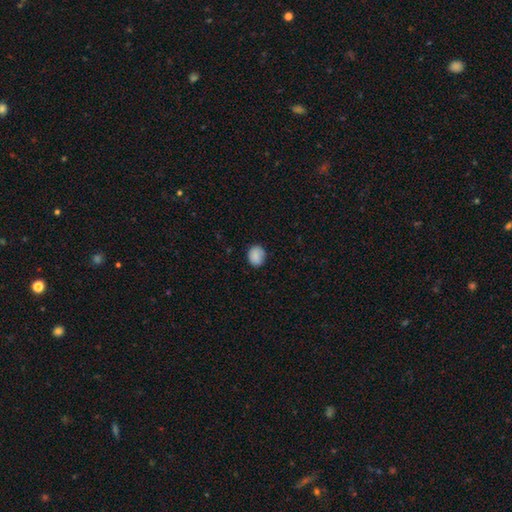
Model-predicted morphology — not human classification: This is clearly a smooth galaxy (87%). How rounded: possibly round (52%). Merging: likely none (80%).